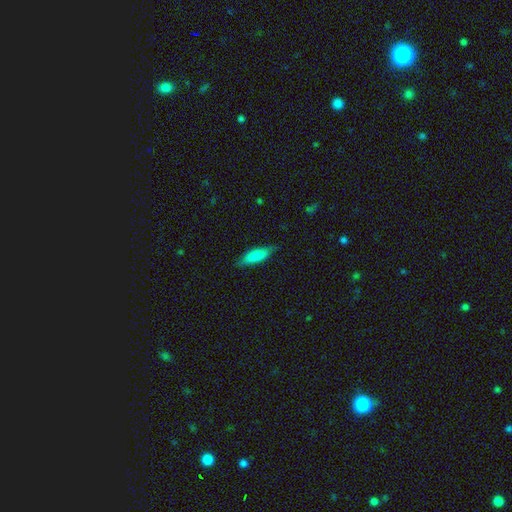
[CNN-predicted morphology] This is clearly a smooth galaxy (82%). How rounded: possibly in between (52%). Merging: likely none (78%).